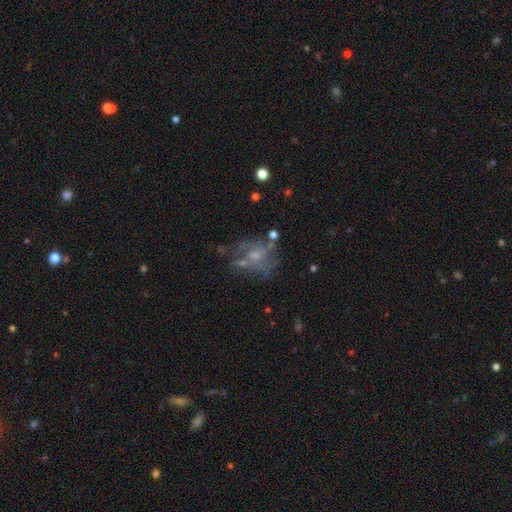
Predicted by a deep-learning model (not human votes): Smooth or featured?
  - featured or disk: 64% *
  - smooth: 25%
  - star or artifact: 11%
Edge-on disk?
  - no: 97% *
  - yes: 3%
Bar?
  - no: 78% *
  - weak: 19%
  - strong: 3%
Spiral arms?
  - yes: 62% *
  - no: 38%
Bulge size?
  - small: 47% *
  - moderate: 38%
  - none: 10%
  - large: 3%
  - dominant: 1%
Merging?
  - none: 47% *
  - major disturbance: 23%
  - minor disturbance: 21%
  - merger: 10%